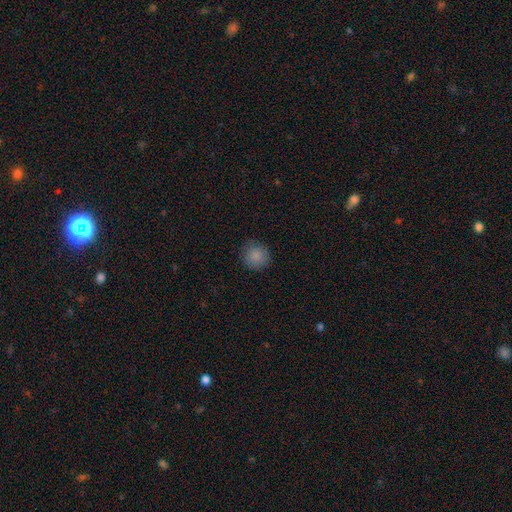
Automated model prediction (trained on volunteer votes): Smooth or featured? Predicted: smooth (p=0.86). How rounded? Predicted: round (p=0.92). Merging? Predicted: none (p=0.82).